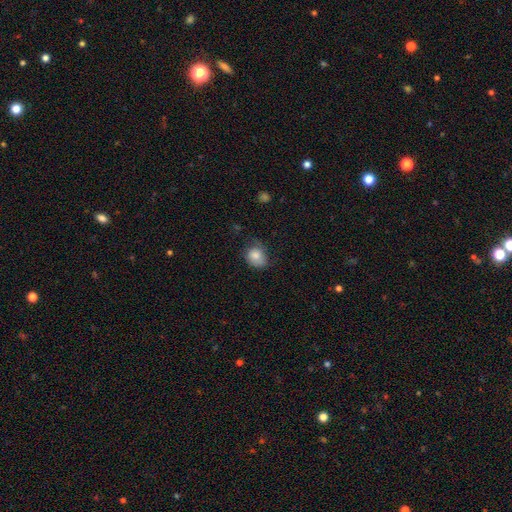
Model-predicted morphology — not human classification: smooth_or_featured: smooth (p=0.79) [alt: featured or disk p=0.13]
how_rounded: round (p=0.52) [alt: in between p=0.47]
merging: none (p=0.49) [alt: minor disturbance p=0.35]